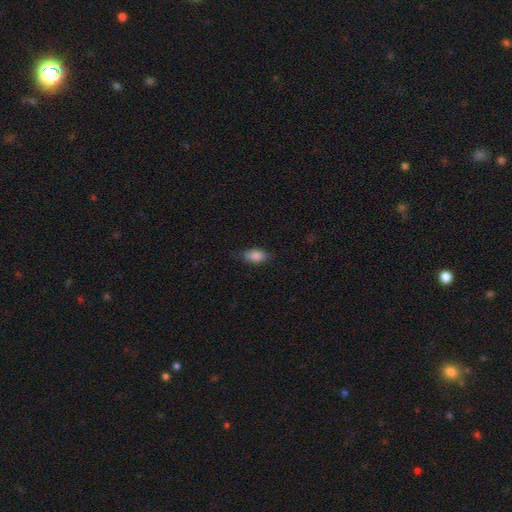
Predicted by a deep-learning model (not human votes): Smooth or featured? smooth (85%)
How rounded? in between (89%)
Merging? none (76%)